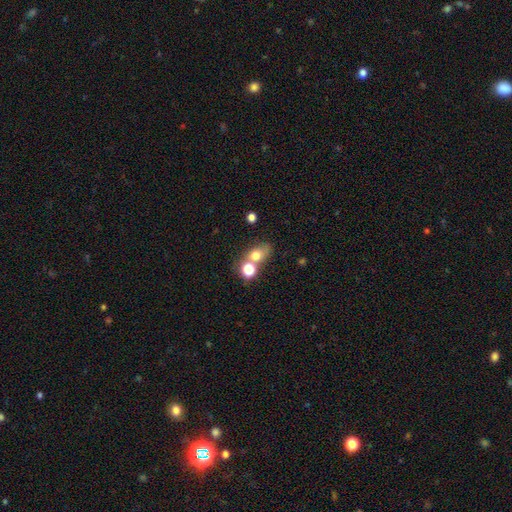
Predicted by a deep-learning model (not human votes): Morphology: type=smooth (68%); roundness=round (50%); merging=merger (44%).